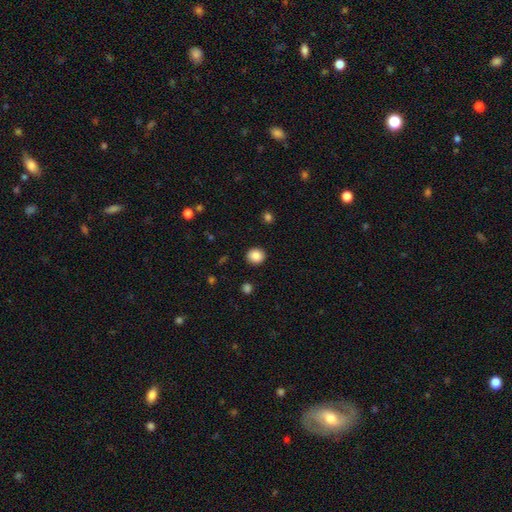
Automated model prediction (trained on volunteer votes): Overall: smooth (87%). How rounded: round (84%). Merging: none (91%).